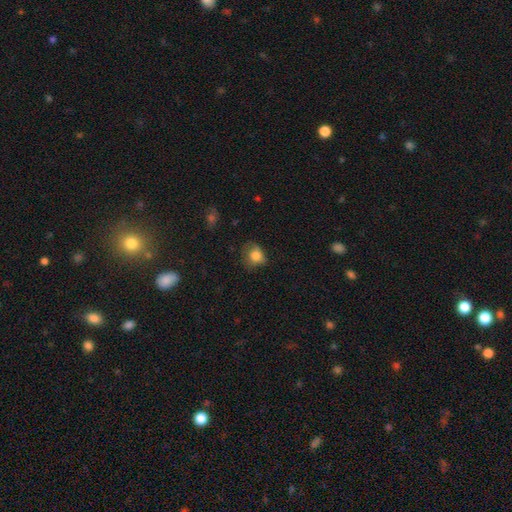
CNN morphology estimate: This is likely a smooth galaxy (79%). How rounded: possibly round (59%). Merging: possibly none (50%).